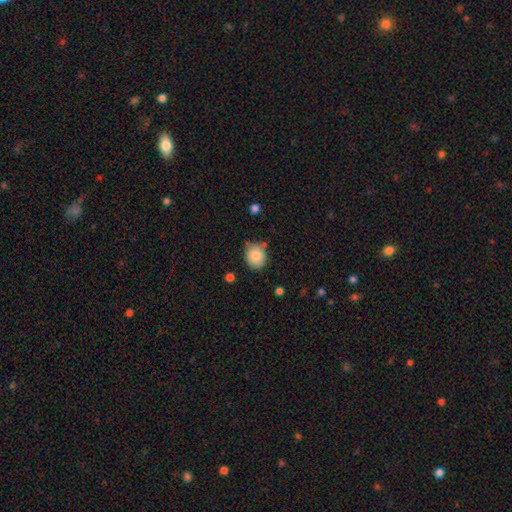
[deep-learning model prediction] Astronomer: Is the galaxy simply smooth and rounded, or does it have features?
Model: smooth — 86%.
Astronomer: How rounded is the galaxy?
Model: round — 65%.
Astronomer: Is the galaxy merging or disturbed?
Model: none — 73%.